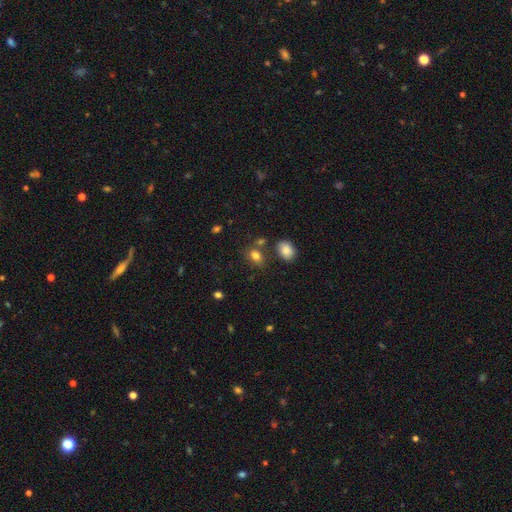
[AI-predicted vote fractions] A smooth galaxy with no disk features (80%) that is in between round and cigar-shaped (66%). Merging: none (68%).